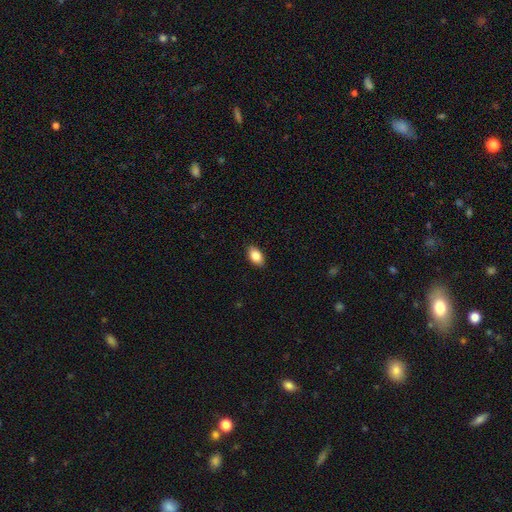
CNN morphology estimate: A smooth galaxy with no disk features (85%) that is in between round and cigar-shaped (91%).

Vote fractions:
- Smooth or featured? smooth: 85% / featured or disk: 7% / star or artifact: 7%
- How rounded? in between: 91% / round: 7% / cigar-shaped: 2%
- Merging? none: 88% / minor disturbance: 9% / major disturbance: 2% / merger: 1%